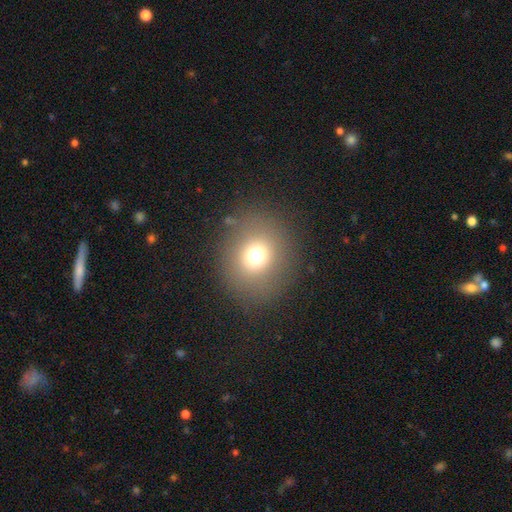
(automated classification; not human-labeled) smooth-or-featured: smooth: 70% | star or artifact: 18% | featured or disk: 12%
  how-rounded: round: 82% | in between: 17% | cigar-shaped: 1%
  merging: none: 85% | minor disturbance: 8% | major disturbance: 6% | merger: 2%